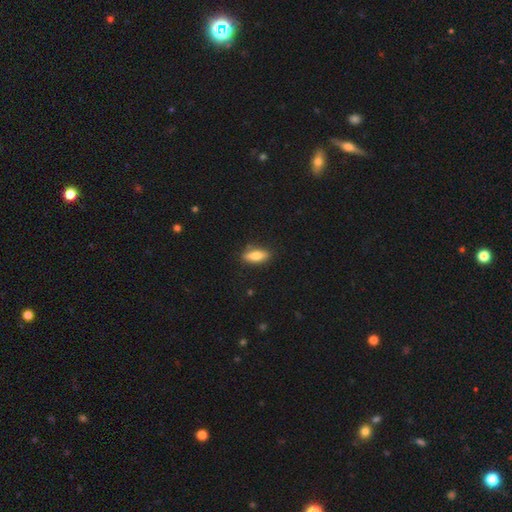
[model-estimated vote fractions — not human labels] smooth_or_featured: smooth (p=0.72) [alt: featured or disk p=0.21]
how_rounded: in between (p=0.60) [alt: cigar-shaped p=0.38]
merging: none (p=0.85) [alt: minor disturbance p=0.11]